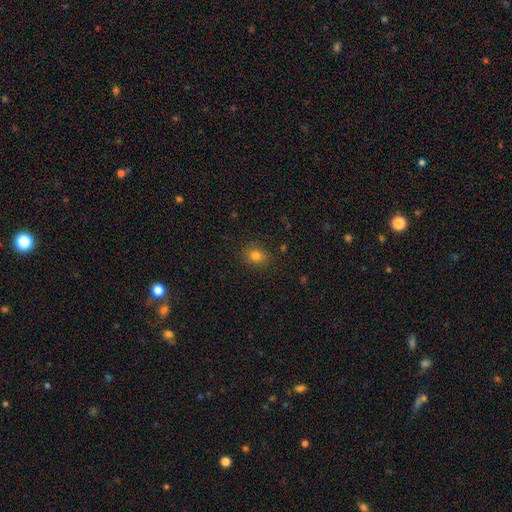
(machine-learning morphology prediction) smooth 80%, star or artifact 14%, featured or disk 7%. Down the decision tree: how rounded — round (59%); merging — none (85%).